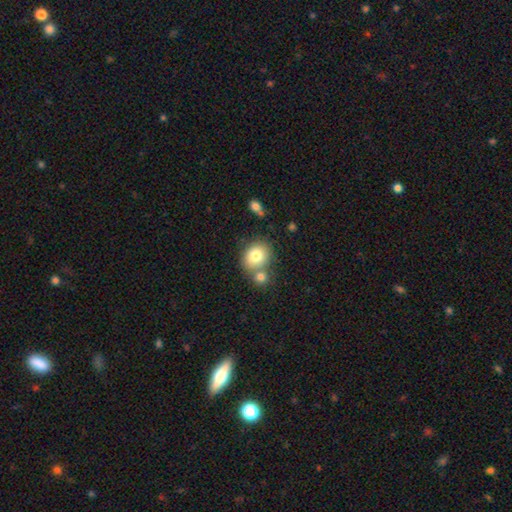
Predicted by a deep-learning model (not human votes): This is likely a smooth galaxy (78%). How rounded: likely round (66%). Merging: possibly none (54%).